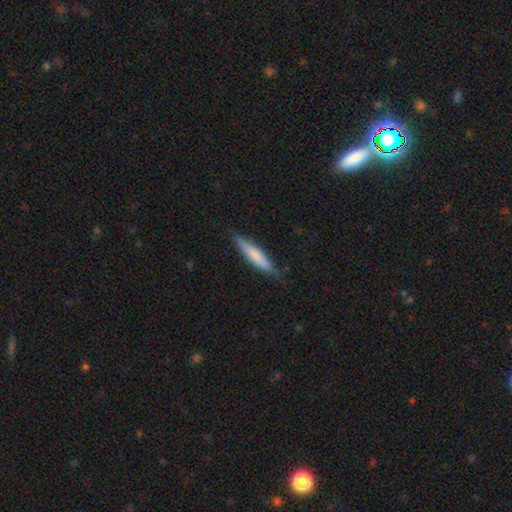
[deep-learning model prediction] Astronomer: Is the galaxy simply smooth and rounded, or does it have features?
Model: smooth — 67%.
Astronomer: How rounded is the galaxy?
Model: cigar-shaped — 89%.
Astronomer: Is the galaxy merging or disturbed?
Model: none — 83%.